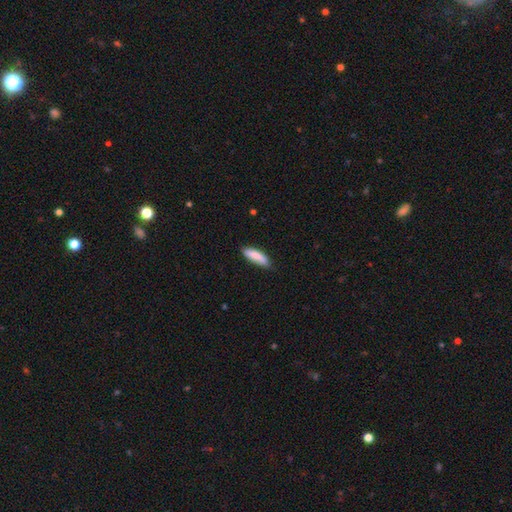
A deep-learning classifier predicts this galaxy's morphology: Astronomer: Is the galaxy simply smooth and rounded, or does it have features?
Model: smooth — 84%.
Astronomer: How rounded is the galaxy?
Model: cigar-shaped — 54% (runner-up: in between, 45%).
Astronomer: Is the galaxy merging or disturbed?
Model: none — 74%.